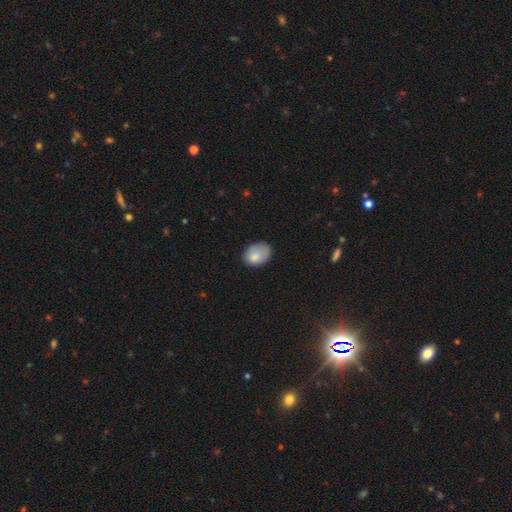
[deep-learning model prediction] A smooth galaxy with no disk features (82%) that is in between round and cigar-shaped (77%). Merging: none (63%).